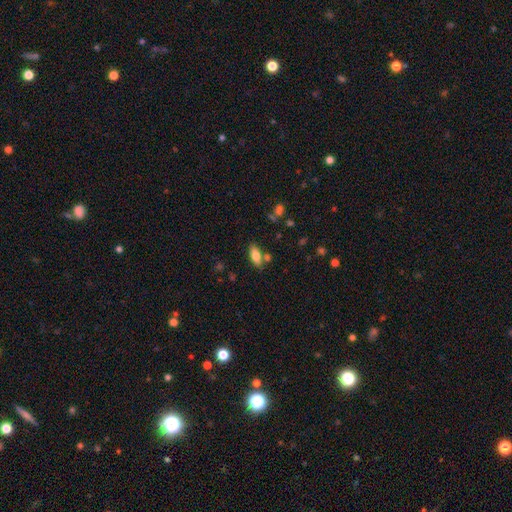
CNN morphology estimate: This appears to be a smooth galaxy with no disk features (77%) that is in between round and cigar-shaped (83%). Merging: none (72%).